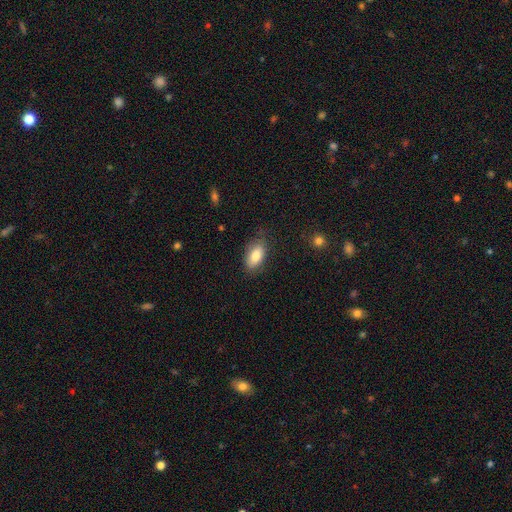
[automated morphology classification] smooth_or_featured: smooth (p=0.82) [alt: featured or disk p=0.11]
how_rounded: in between (p=0.90) [alt: cigar-shaped p=0.06]
merging: none (p=0.76) [alt: minor disturbance p=0.18]